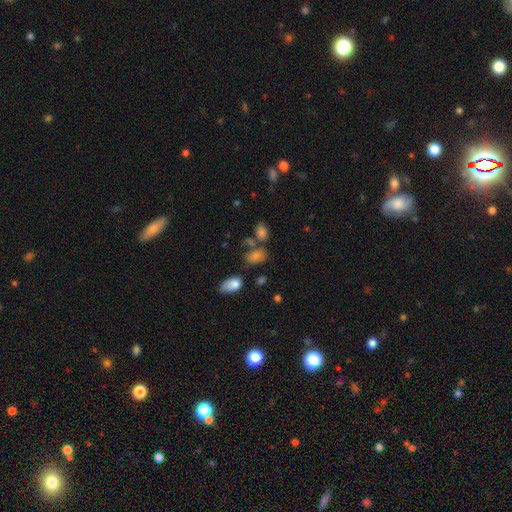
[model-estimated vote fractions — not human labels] smooth_or_featured: smooth (p=0.71) [alt: star or artifact p=0.18]
how_rounded: in between (p=0.78) [alt: round p=0.20]
merging: none (p=0.53) [alt: merger p=0.22]